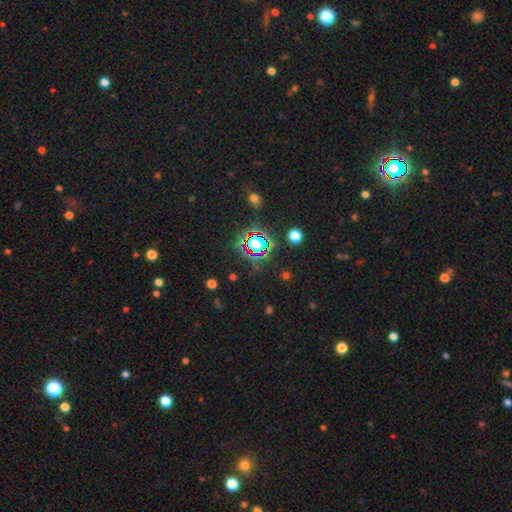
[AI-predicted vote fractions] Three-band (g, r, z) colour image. It shows a star or artifact, not a galaxy (77%).